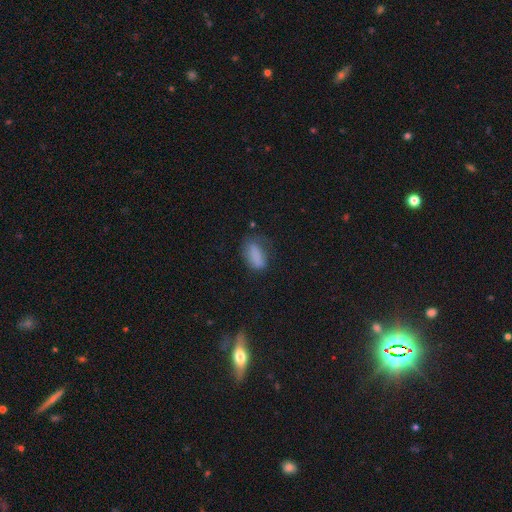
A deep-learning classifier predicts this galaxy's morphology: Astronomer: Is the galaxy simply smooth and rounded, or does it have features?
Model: smooth — 81%.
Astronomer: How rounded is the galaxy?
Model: in between — 86%.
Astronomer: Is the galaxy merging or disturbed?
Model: none — 51% (runner-up: minor disturbance, 31%).